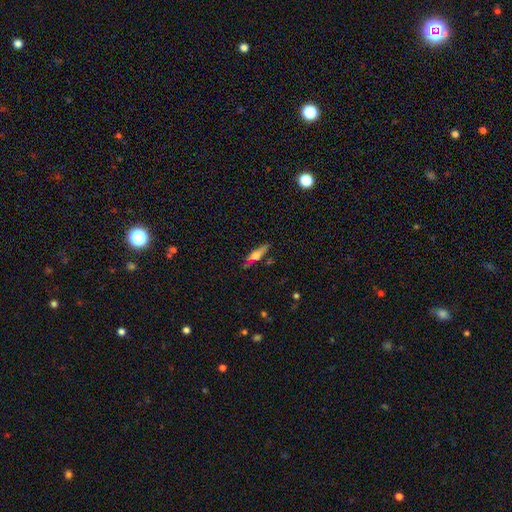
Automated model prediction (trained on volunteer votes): Smooth or featured? Predicted: smooth (p=0.50). Merging? Predicted: none (p=0.80).